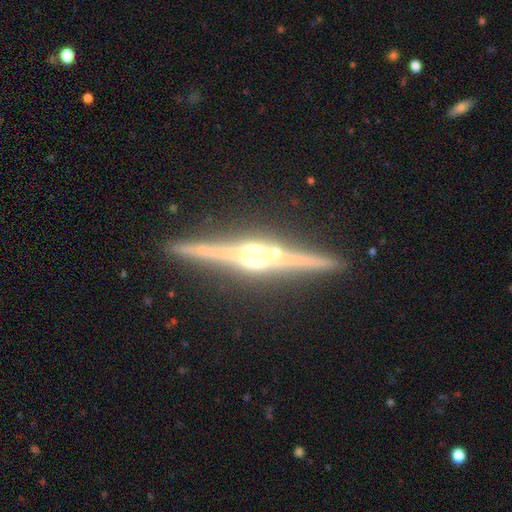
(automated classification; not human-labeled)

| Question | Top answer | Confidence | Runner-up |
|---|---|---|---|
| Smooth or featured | featured or disk | 87% | star or artifact (7%) |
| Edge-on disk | yes | 98% | no (2%) |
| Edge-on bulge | rounded | 88% | boxy (9%) |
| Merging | none | 89% | minor disturbance (7%) |